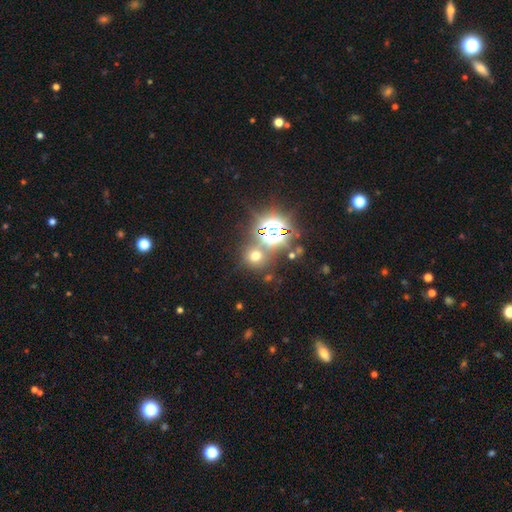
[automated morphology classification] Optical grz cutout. It shows a smooth galaxy with no disk features (52%) that is round (87%). Merging: none (72%).